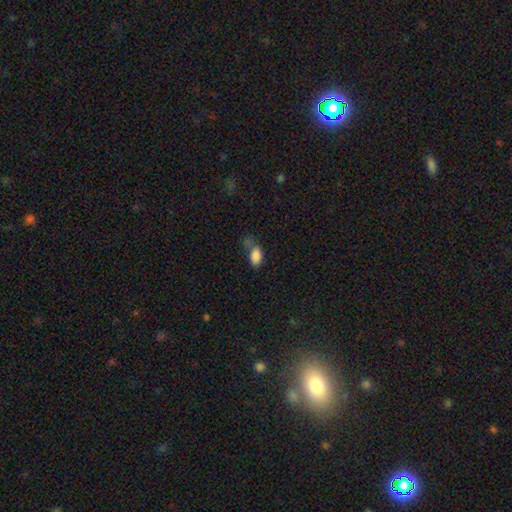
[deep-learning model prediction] smooth-or-featured: smooth: 85% | star or artifact: 9% | featured or disk: 6%
  how-rounded: in between: 91% | round: 5% | cigar-shaped: 4%
  merging: none: 43% | minor disturbance: 27% | merger: 16% | major disturbance: 15%